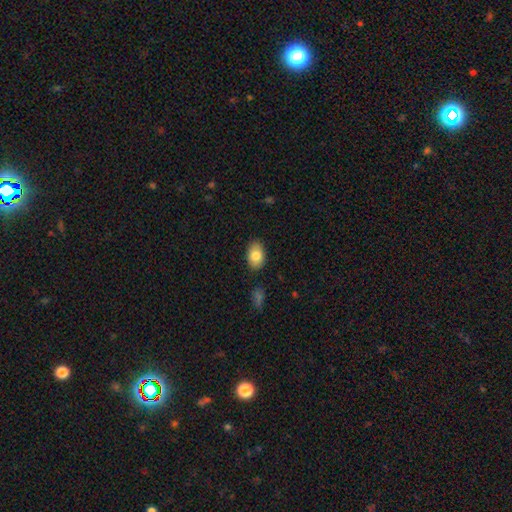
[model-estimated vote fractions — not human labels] Smooth or featured? Predicted: smooth (p=0.82). How rounded? Predicted: in between (p=0.88). Merging? Predicted: none (p=0.86).